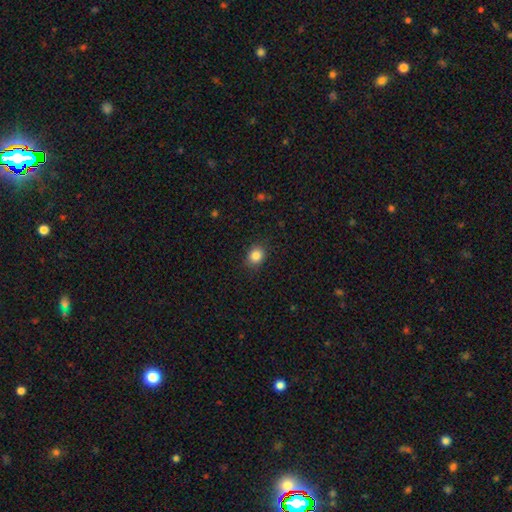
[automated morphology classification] A smooth galaxy with no disk features (85%) that is round (62%). Merging: none (88%).